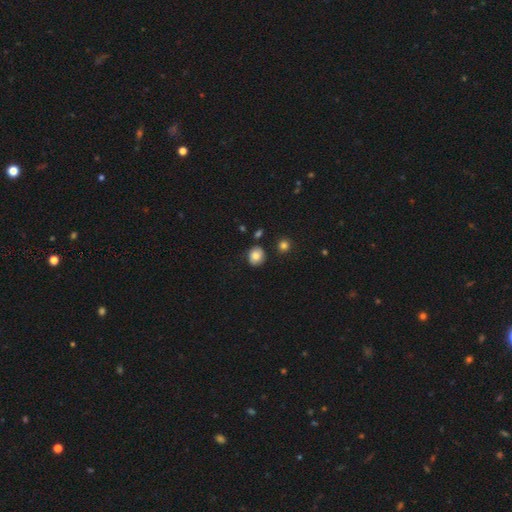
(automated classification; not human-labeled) Smooth or featured? smooth (80%)
How rounded? round (76%)
Merging? none (78%)